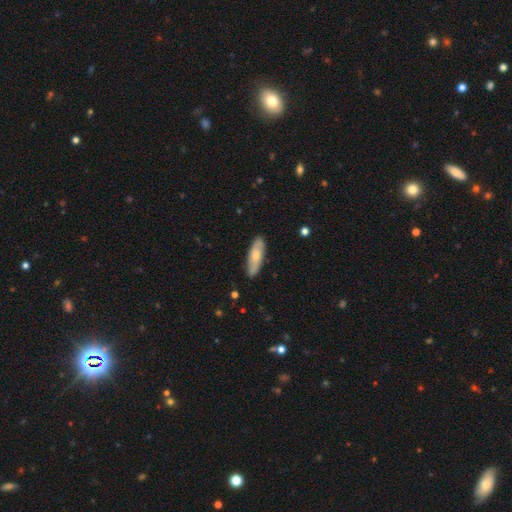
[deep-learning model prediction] Morphology: type=smooth (61%); roundness=in between (52%); merging=none (86%).